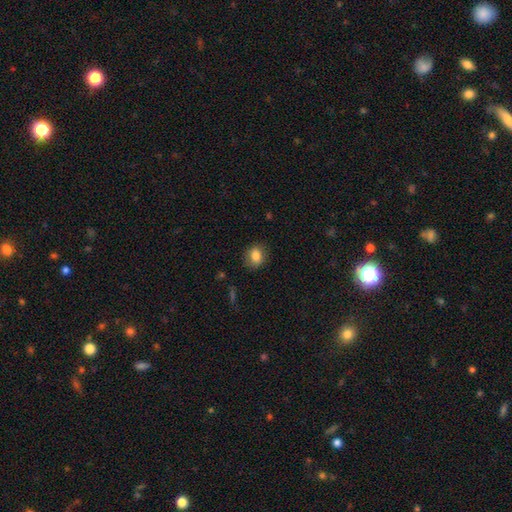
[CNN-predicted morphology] This appears to be a smooth galaxy with no disk features (82%) that is round (54%). Merging: none (84%).